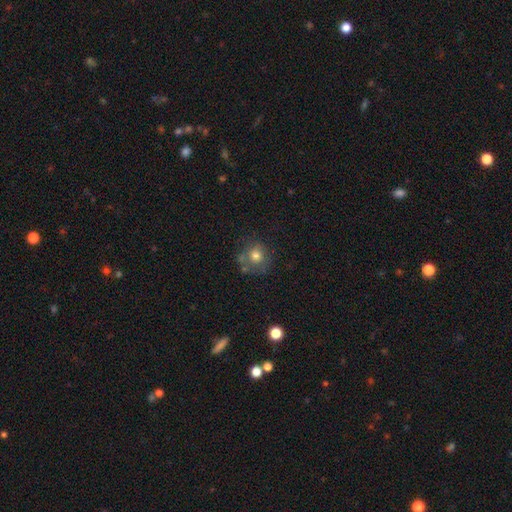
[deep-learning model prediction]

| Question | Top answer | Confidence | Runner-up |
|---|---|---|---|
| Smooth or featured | smooth | 70% | featured or disk (18%) |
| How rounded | round | 84% | in between (15%) |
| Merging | none | 59% | minor disturbance (21%) |